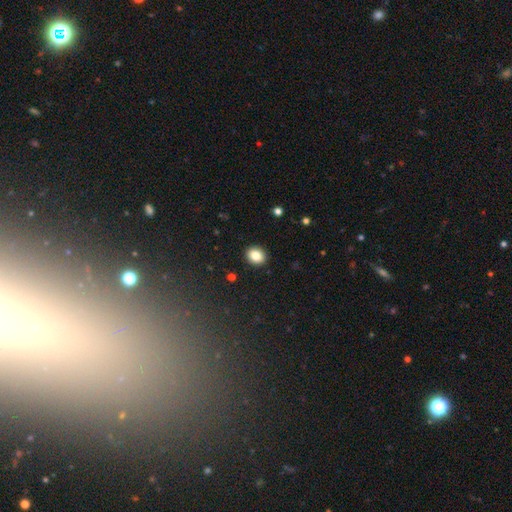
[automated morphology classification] smooth_or_featured: smooth (p=0.84) [alt: star or artifact p=0.10]
how_rounded: round (p=0.67) [alt: in between p=0.32]
merging: none (p=0.92) [alt: minor disturbance p=0.06]